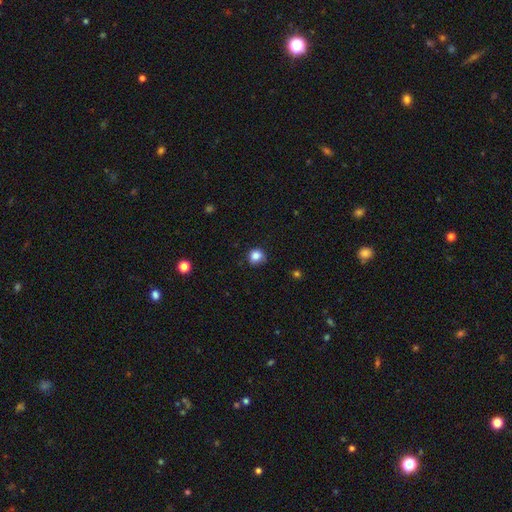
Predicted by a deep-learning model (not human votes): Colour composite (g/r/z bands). It shows a smooth galaxy with no disk features (84%) that is round (87%). Merging: none (79%).